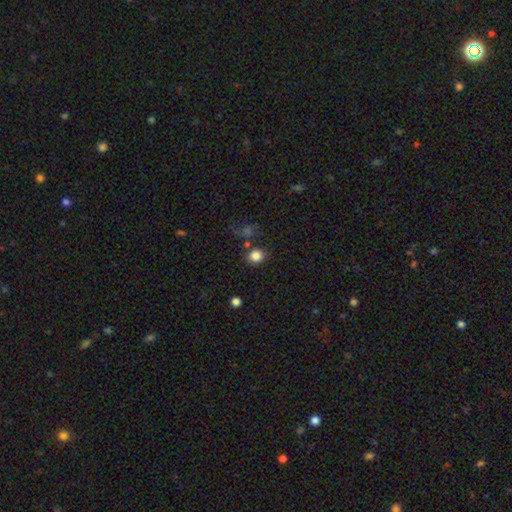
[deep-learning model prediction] Q: Smooth or featured?
A: smooth (83%); runner-up: star or artifact (12%)
Q: How rounded?
A: round (76%); runner-up: in between (23%)
Q: Merging?
A: none (77%); runner-up: minor disturbance (12%)